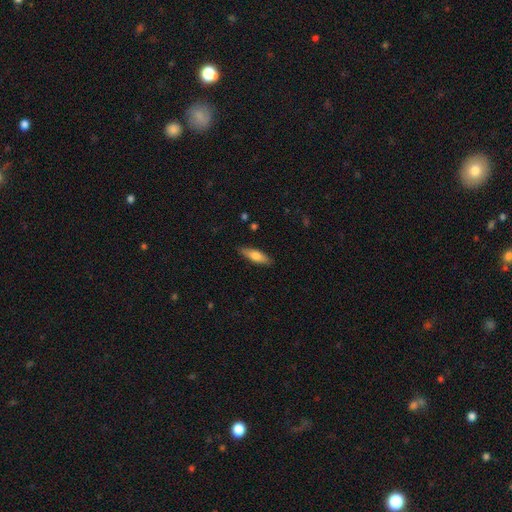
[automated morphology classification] Q: Smooth or featured?
A: smooth (67%); runner-up: featured or disk (27%)
Q: How rounded?
A: cigar-shaped (57%); runner-up: in between (41%)
Q: Merging?
A: none (86%); runner-up: minor disturbance (10%)